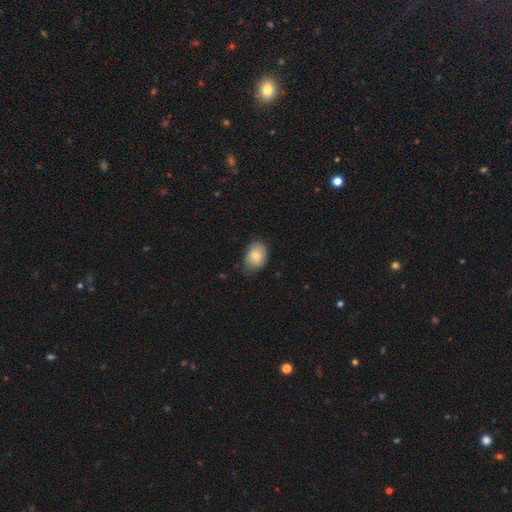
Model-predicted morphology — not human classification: This appears to be a smooth galaxy with no disk features (77%) that is in between round and cigar-shaped (68%). Merging: none (65%).